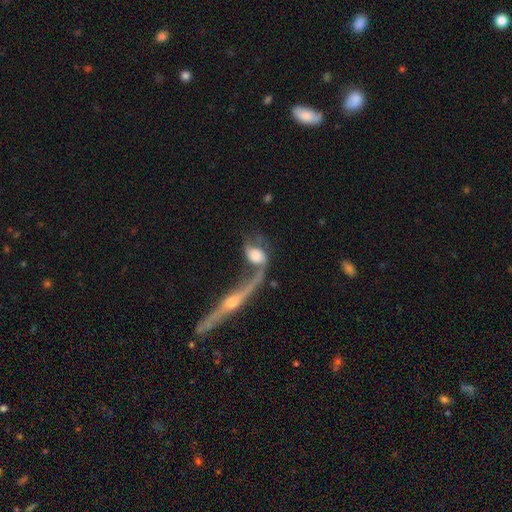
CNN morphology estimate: A featured or disk galaxy (53%).

Vote fractions:
- Smooth or featured? featured or disk: 53% / smooth: 38% / star or artifact: 9%
- Edge-on disk? no: 78% / yes: 22%
- Merging? merger: 51% / none: 20% / major disturbance: 18% / minor disturbance: 10%